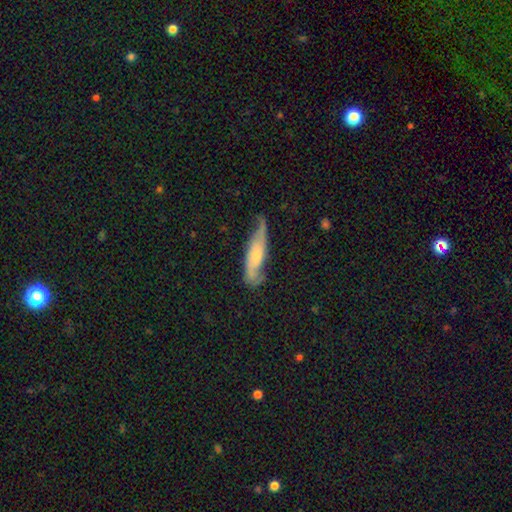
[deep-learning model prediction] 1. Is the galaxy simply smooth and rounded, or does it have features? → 61% featured or disk, 33% smooth, 6% star or artifact.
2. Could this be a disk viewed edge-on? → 74% no, 26% yes.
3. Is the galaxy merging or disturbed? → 56% none, 29% minor disturbance, 13% major disturbance, 3% merger.